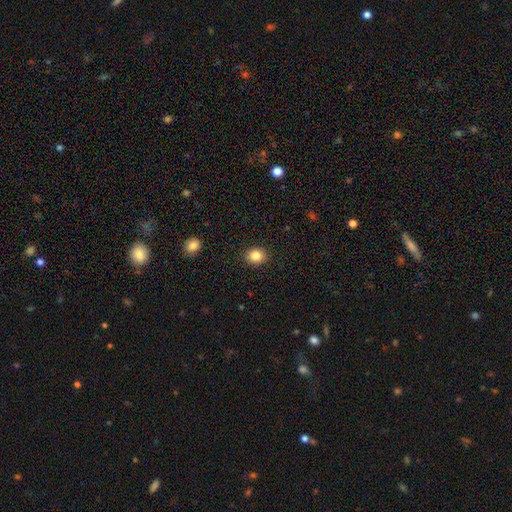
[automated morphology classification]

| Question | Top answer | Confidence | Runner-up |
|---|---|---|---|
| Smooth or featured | smooth | 86% | star or artifact (9%) |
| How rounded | round | 58% | in between (41%) |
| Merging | none | 91% | minor disturbance (6%) |